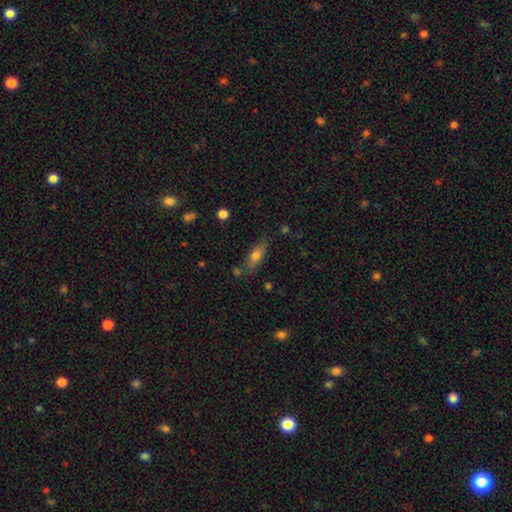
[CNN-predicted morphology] Overall: smooth (69%). How rounded: in between (61%; cigar-shaped 35%). Merging: none (75%).